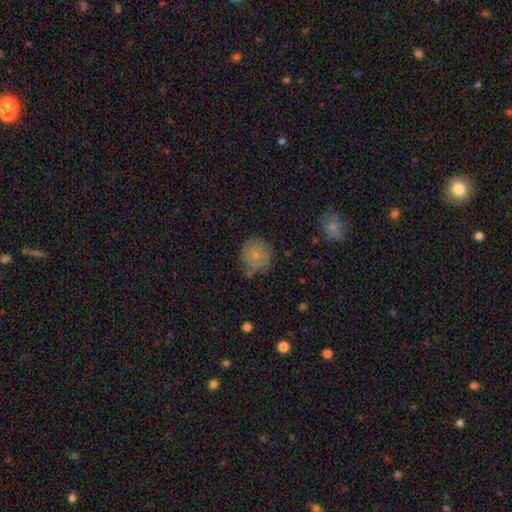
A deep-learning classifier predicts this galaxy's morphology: This appears to be a smooth galaxy with no disk features (69%) that is round (88%). Merging: none (64%).